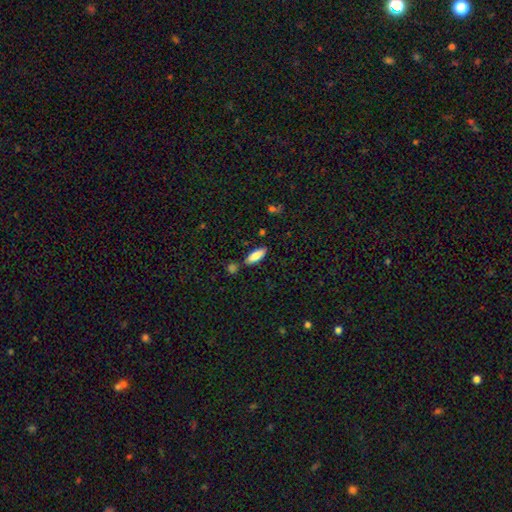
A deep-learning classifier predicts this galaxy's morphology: This appears to be a smooth galaxy with no disk features (83%) that is in between round and cigar-shaped (57%). Merging: none (77%).